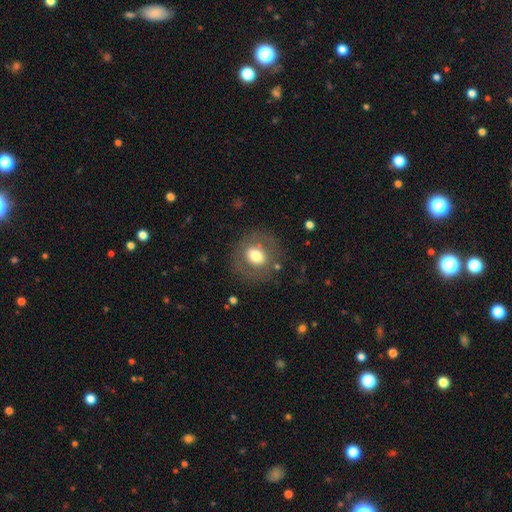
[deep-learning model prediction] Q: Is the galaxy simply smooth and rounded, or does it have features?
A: smooth — 65%.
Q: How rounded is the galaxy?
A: round — 77%.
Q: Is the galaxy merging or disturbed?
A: none — 79%.